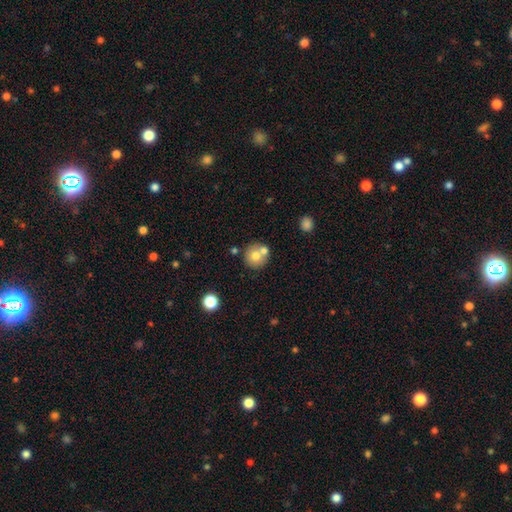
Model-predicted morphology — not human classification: Q: Smooth or featured?
A: smooth (70%); runner-up: featured or disk (19%)
Q: How rounded?
A: round (92%); runner-up: in between (7%)
Q: Merging?
A: none (61%); runner-up: merger (29%)